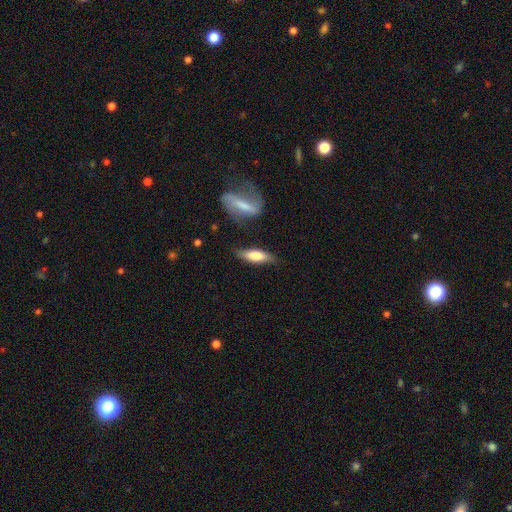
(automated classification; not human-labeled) Smooth or featured?
  - smooth: 74% *
  - featured or disk: 21%
  - star or artifact: 6%
How rounded?
  - in between: 50% *
  - cigar-shaped: 48%
  - round: 2%
Merging?
  - none: 74% *
  - minor disturbance: 17%
  - merger: 5%
  - major disturbance: 4%